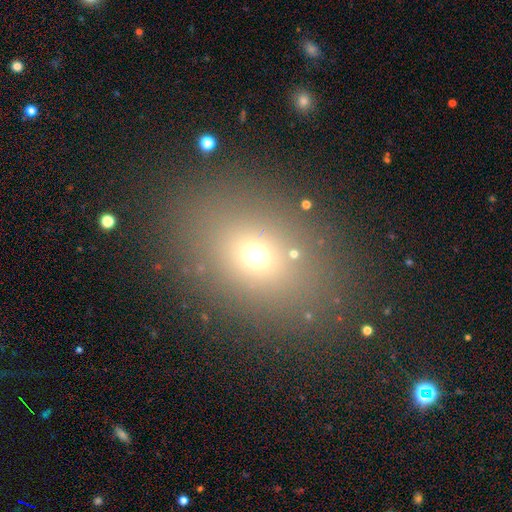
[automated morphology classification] This appears to be a smooth galaxy with no disk features (66%) that is in between round and cigar-shaped (61%). Merging: none (84%).